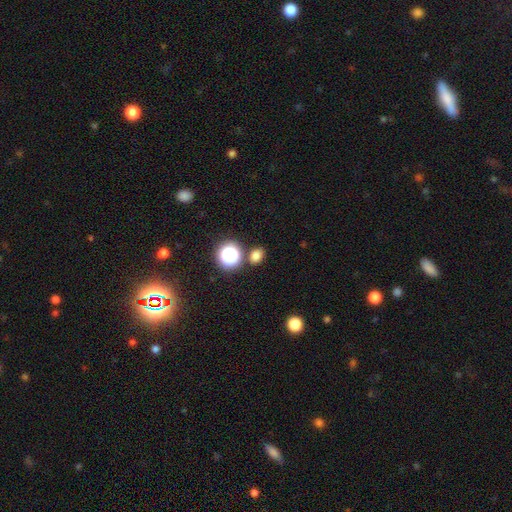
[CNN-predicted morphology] Smooth or featured? Predicted: smooth (p=0.75). How rounded? Predicted: in between (p=0.55). Merging? Predicted: none (p=0.79).